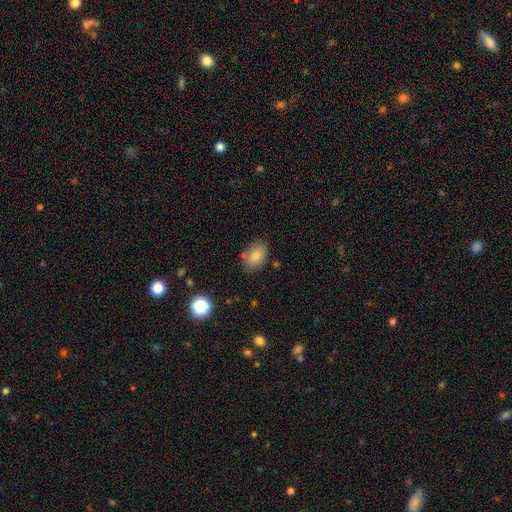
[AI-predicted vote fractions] smooth-or-featured: smooth: 79% | featured or disk: 12% | star or artifact: 9%
  how-rounded: in between: 82% | round: 16% | cigar-shaped: 1%
  merging: none: 79% | minor disturbance: 14% | merger: 4% | major disturbance: 3%